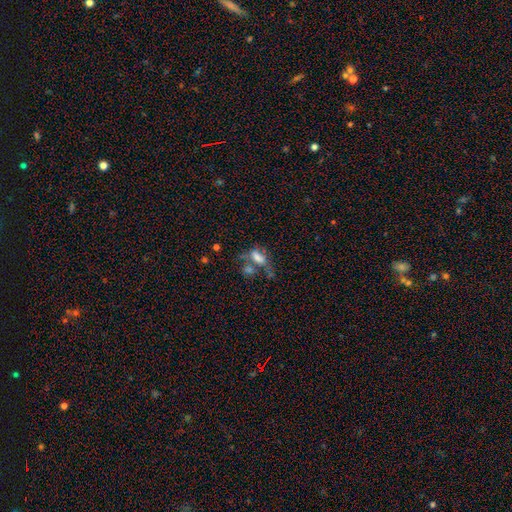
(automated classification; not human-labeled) Smooth or featured: smooth — 60% (featured or disk — 25%)
How rounded: in between — 81% (cigar-shaped — 11%)
Merging: merger — 36% (major disturbance — 25%)